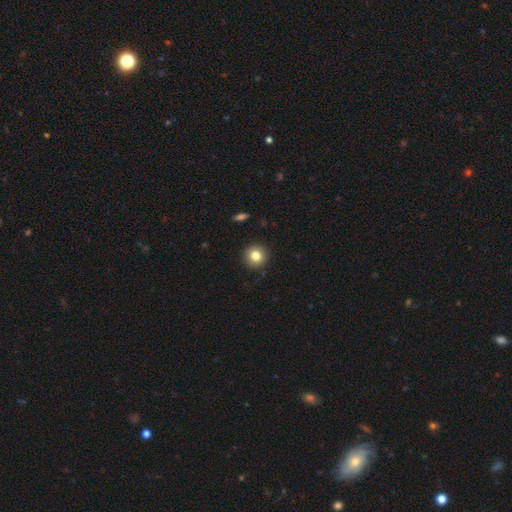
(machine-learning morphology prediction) Smooth or featured?
  - smooth: 81% *
  - star or artifact: 10%
  - featured or disk: 8%
How rounded?
  - round: 94% *
  - in between: 5%
  - cigar-shaped: 1%
Merging?
  - none: 92% *
  - minor disturbance: 5%
  - major disturbance: 2%
  - merger: 1%